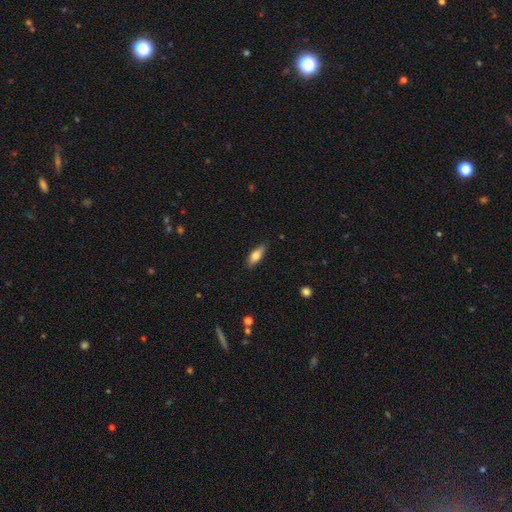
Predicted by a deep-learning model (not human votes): smooth-or-featured: smooth: 75% | featured or disk: 19% | star or artifact: 6%
  how-rounded: in between: 69% | cigar-shaped: 29% | round: 2%
  merging: none: 85% | minor disturbance: 12% | major disturbance: 2% | merger: 1%